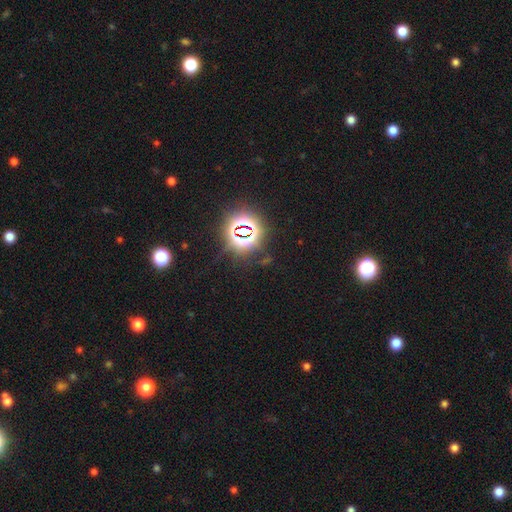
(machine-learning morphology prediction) type=star or artifact (84%).